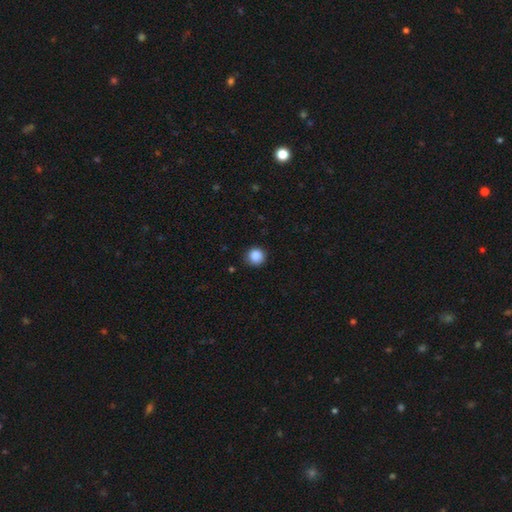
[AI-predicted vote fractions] Smooth or featured? Predicted: smooth (p=0.87). How rounded? Predicted: round (p=0.93). Merging? Predicted: none (p=0.84).